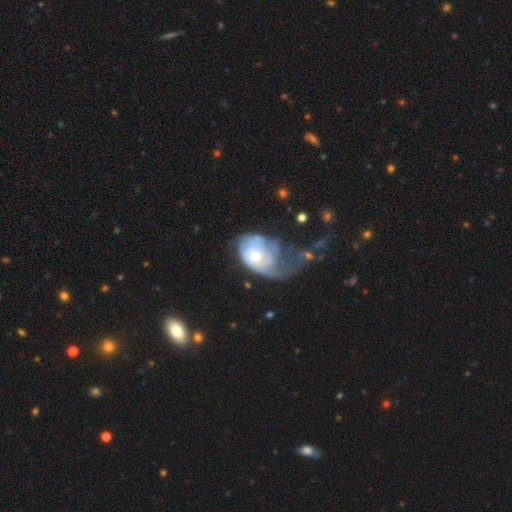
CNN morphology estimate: Smooth or featured? Predicted: featured or disk (p=0.69). Edge-on disk? Predicted: no (p=0.97). Bar? Predicted: no (p=0.79). Spiral arms? Predicted: yes (p=0.74). Bulge size? Predicted: moderate (p=0.59). Merging? Predicted: major disturbance (p=0.55).